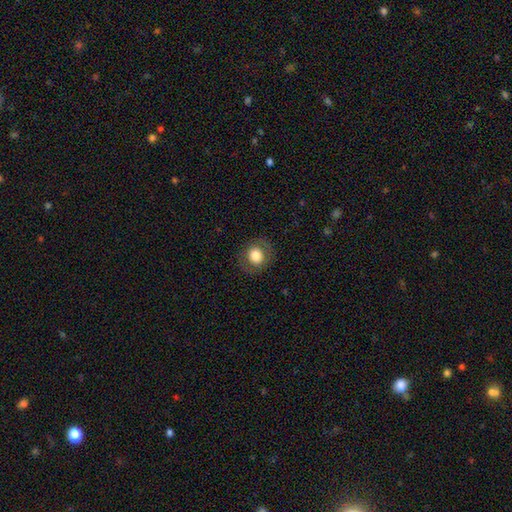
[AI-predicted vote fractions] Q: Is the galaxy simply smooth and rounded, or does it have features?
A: smooth — 77%.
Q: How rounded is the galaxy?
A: round — 79%.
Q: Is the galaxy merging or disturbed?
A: none — 85%.